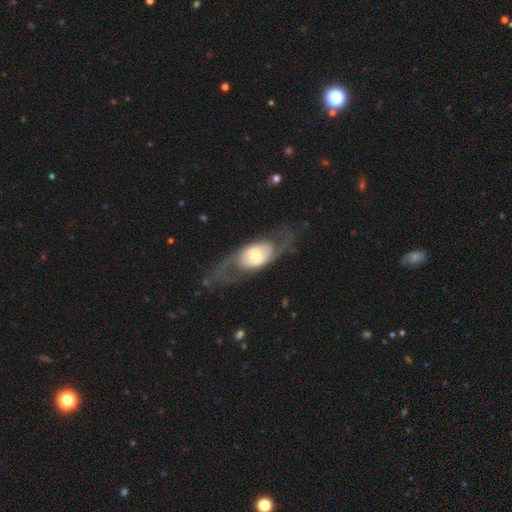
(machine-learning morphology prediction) smooth_or_featured: featured or disk (p=0.68) [alt: smooth p=0.27]
disk_edge_on: no (p=0.85) [alt: yes p=0.15]
bar: no (p=0.67) [alt: weak p=0.22]
has_spiral_arms: yes (p=0.65) [alt: no p=0.35]
bulge_size: moderate (p=0.48) [alt: small p=0.29]
merging: none (p=0.63) [alt: major disturbance p=0.20]